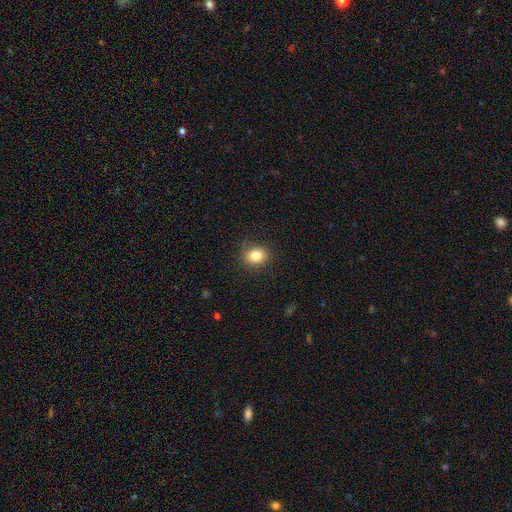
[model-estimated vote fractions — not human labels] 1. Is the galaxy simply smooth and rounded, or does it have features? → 83% smooth, 10% star or artifact, 7% featured or disk.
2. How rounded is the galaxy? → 61% round, 38% in between, 1% cigar-shaped.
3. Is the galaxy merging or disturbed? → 86% none, 10% minor disturbance, 3% major disturbance, 1% merger.